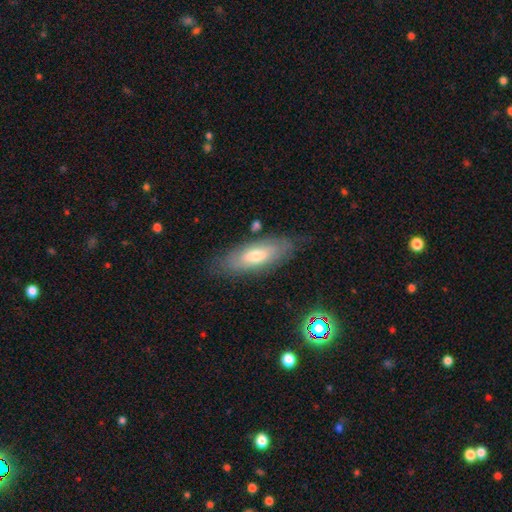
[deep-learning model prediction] Smooth or featured?
  - smooth: 54% *
  - featured or disk: 38%
  - star or artifact: 8%
How rounded?
  - in between: 69% *
  - cigar-shaped: 29%
  - round: 2%
Merging?
  - none: 76% *
  - minor disturbance: 17%
  - major disturbance: 5%
  - merger: 2%